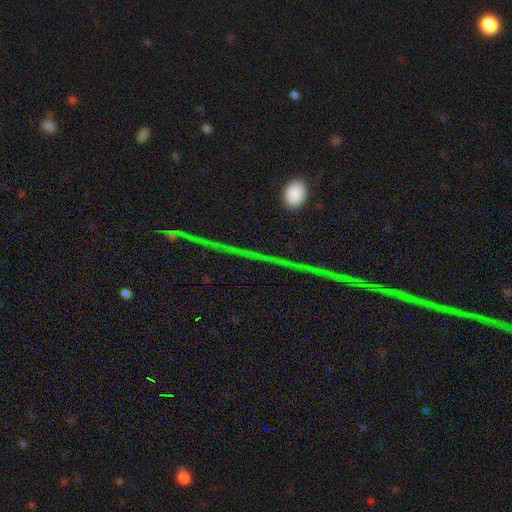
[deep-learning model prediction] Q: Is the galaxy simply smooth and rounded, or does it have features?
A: star or artifact — 86%.